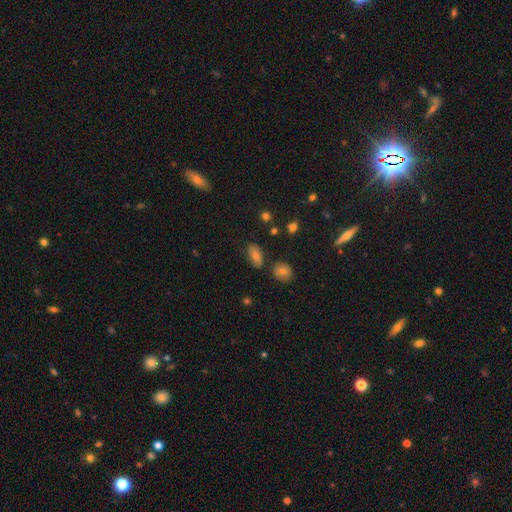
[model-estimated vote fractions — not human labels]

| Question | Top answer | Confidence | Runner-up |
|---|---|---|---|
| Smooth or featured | smooth | 59% | featured or disk (21%) |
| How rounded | in between | 81% | round (10%) |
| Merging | none | 75% | minor disturbance (14%) |